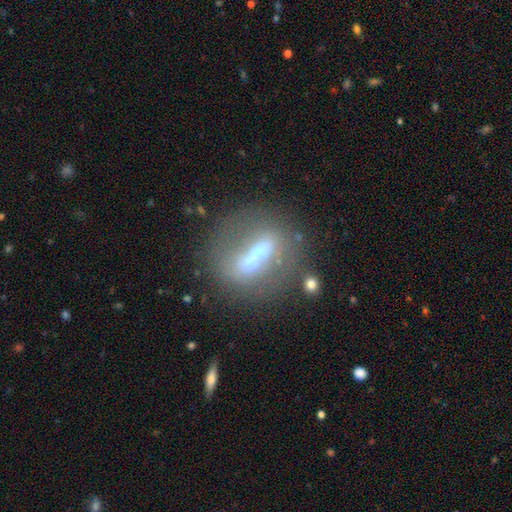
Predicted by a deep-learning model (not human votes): This is possibly a featured or disk galaxy (52%). It is likely not viewed edge-on (79%). Merging: possibly none (53%).